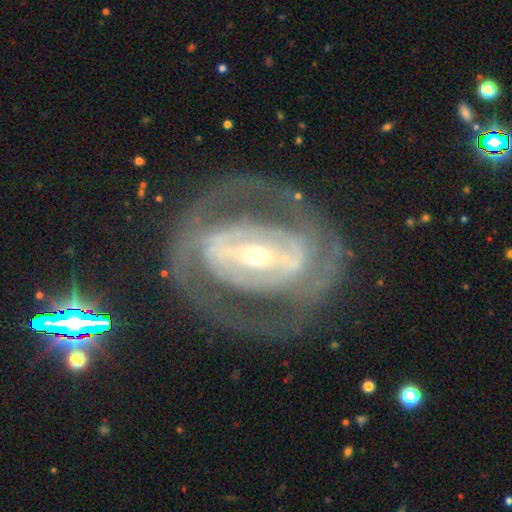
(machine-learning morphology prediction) A featured or disk galaxy (83%) with a strong bar (54%), 2 (59%) tight (52%) spiral arms (66%) and a small central bulge (65%). Merging: none (70%).